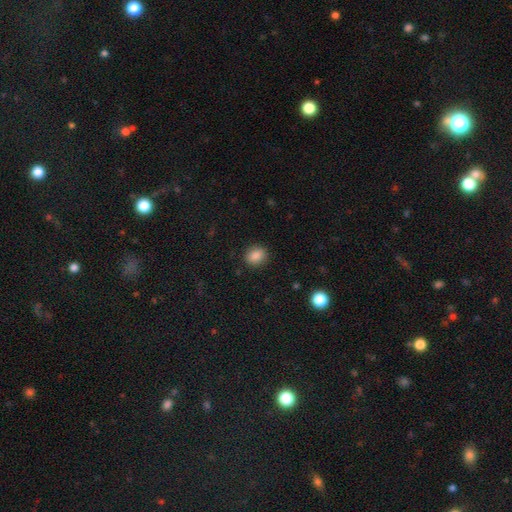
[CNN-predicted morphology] A smooth galaxy with no disk features (86%) that is round (65%).

Vote fractions:
- Smooth or featured? smooth: 86% / star or artifact: 9% / featured or disk: 5%
- How rounded? round: 65% / in between: 34% / cigar-shaped: 1%
- Merging? none: 89% / minor disturbance: 8% / major disturbance: 2% / merger: 1%